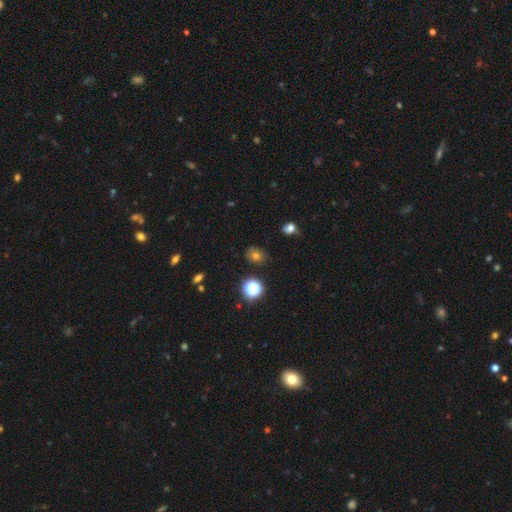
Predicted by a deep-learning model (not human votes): smooth_or_featured: smooth (p=0.65) [alt: star or artifact p=0.24]
how_rounded: round (p=0.64) [alt: in between p=0.35]
merging: none (p=0.81) [alt: minor disturbance p=0.13]